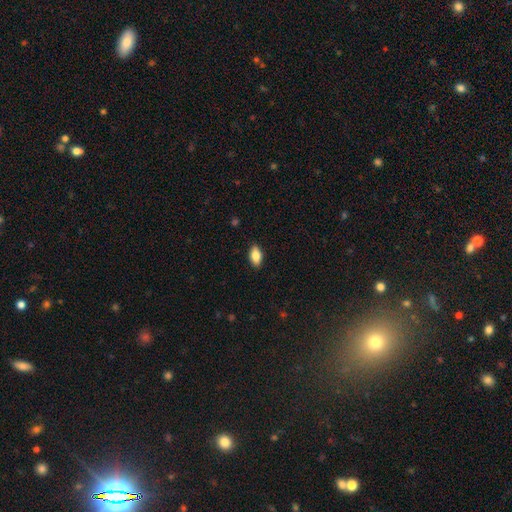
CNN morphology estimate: Overall: smooth (83%). How rounded: in between (91%). Merging: none (88%).